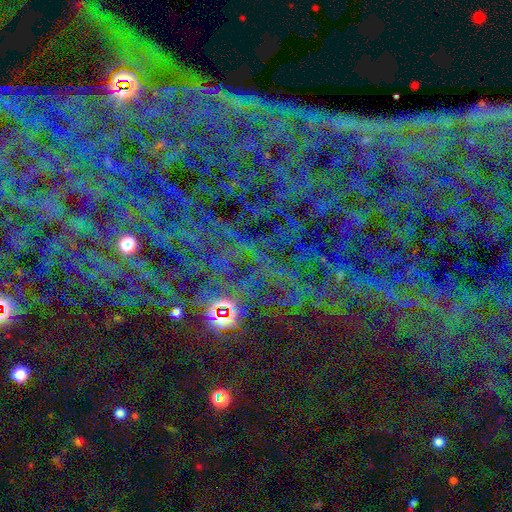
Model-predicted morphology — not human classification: This appears to be a star or artifact, not a galaxy (86%).